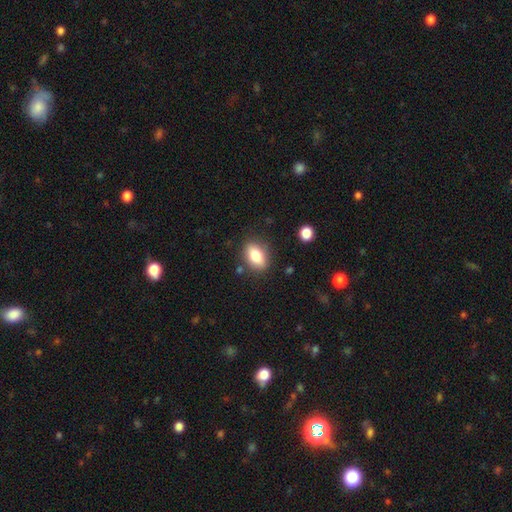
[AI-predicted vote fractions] Morphology: type=smooth (79%); roundness=in between (83%); merging=none (83%).